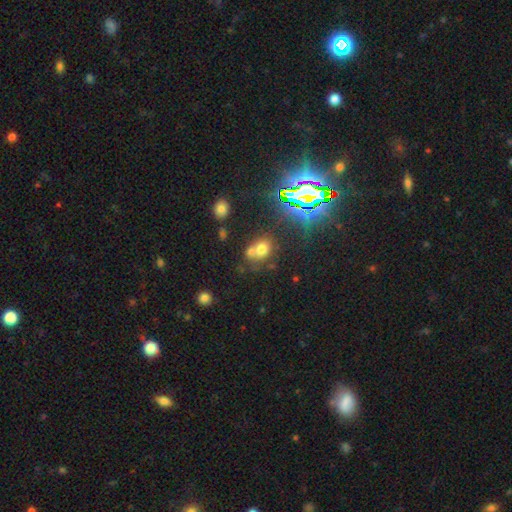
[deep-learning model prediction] This is possibly a smooth galaxy (51%). How rounded: possibly round (56%). Merging: possibly none (49%).